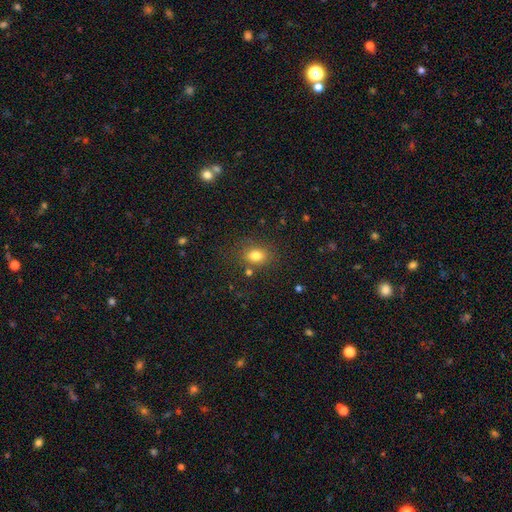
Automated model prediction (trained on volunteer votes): Q: Smooth or featured?
A: smooth (79%); runner-up: star or artifact (12%)
Q: How rounded?
A: in between (60%); runner-up: round (38%)
Q: Merging?
A: none (75%); runner-up: minor disturbance (14%)